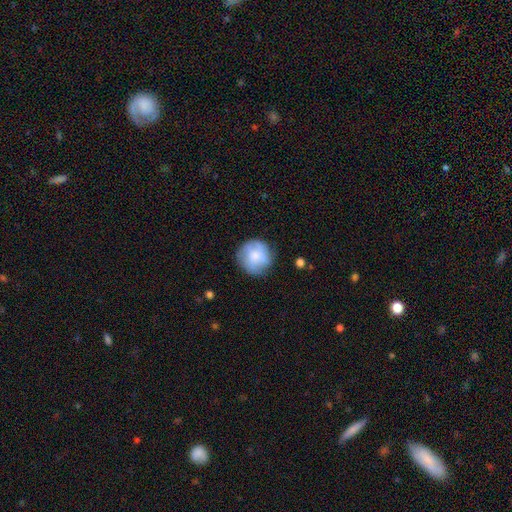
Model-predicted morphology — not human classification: Overall: smooth (70%). How rounded: round (94%). Merging: none (76%).